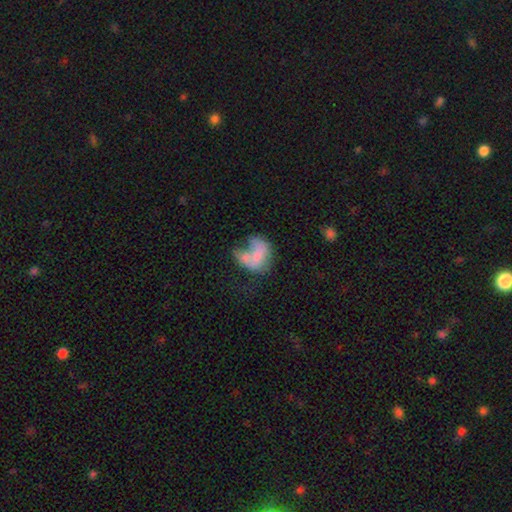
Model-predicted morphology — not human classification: A smooth galaxy with no disk features (56%) that is in between round and cigar-shaped (74%). Merging: merger (40%).